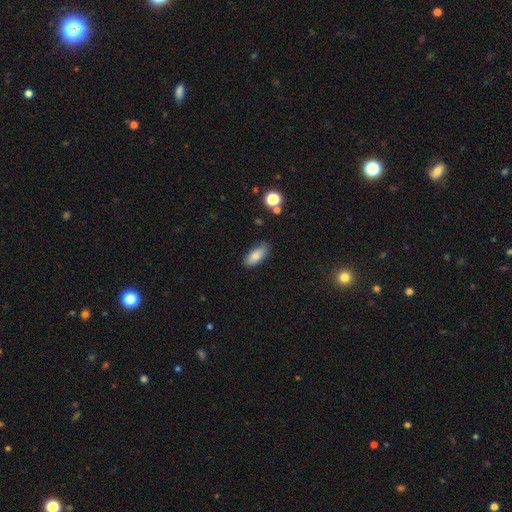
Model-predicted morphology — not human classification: A smooth galaxy with no disk features (82%) that is in between round and cigar-shaped (80%). Merging: none (82%).